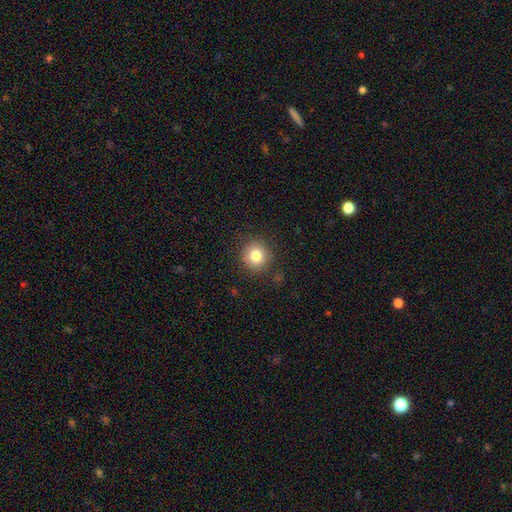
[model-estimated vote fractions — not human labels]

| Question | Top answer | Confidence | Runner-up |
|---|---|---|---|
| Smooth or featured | smooth | 81% | star or artifact (11%) |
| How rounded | round | 91% | in between (8%) |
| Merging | none | 88% | minor disturbance (8%) |